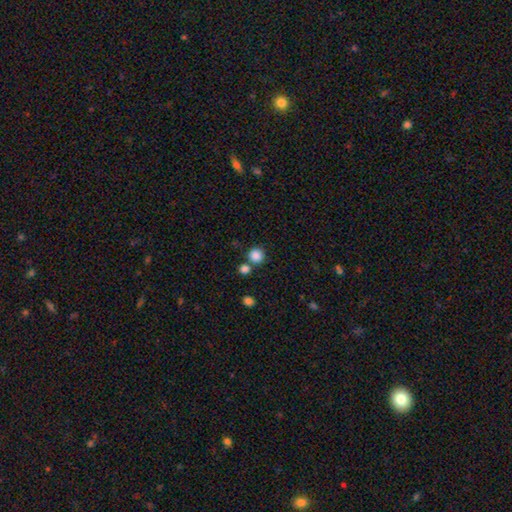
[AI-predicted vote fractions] smooth_or_featured: smooth (p=0.85) [alt: star or artifact p=0.11]
how_rounded: round (p=0.92) [alt: in between p=0.07]
merging: none (p=0.71) [alt: merger p=0.18]